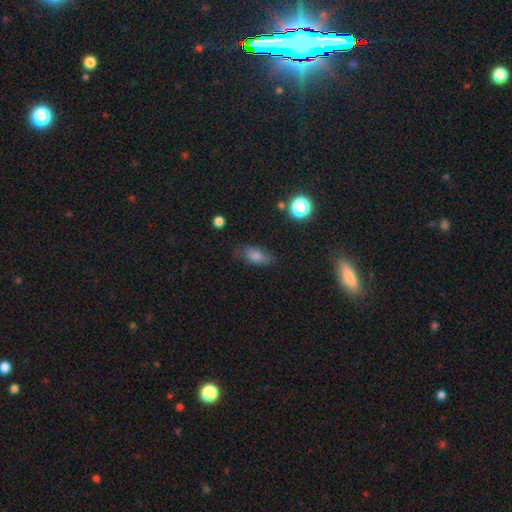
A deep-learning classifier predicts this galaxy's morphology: The model was most divided on "merging": none: 75%, minor disturbance: 19%, major disturbance: 5%, merger: 2%. More confident: how rounded — in between (81%); smooth or featured — smooth (74%).